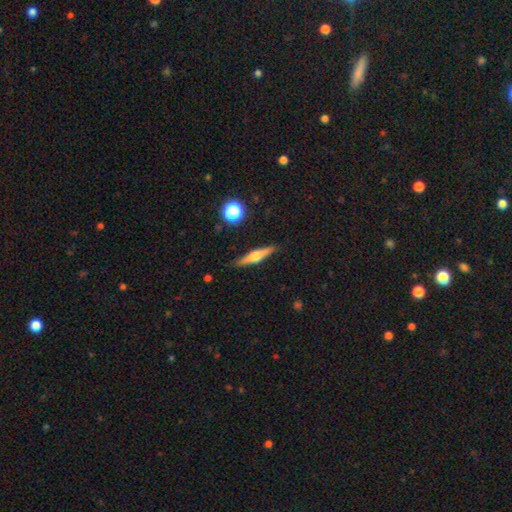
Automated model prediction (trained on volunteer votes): Q: Smooth or featured?
A: featured or disk (65%); runner-up: smooth (28%)
Q: Edge-on disk?
A: yes (97%); runner-up: no (3%)
Q: Edge-on bulge?
A: rounded (92%); runner-up: boxy (5%)
Q: Merging?
A: none (89%); runner-up: minor disturbance (8%)